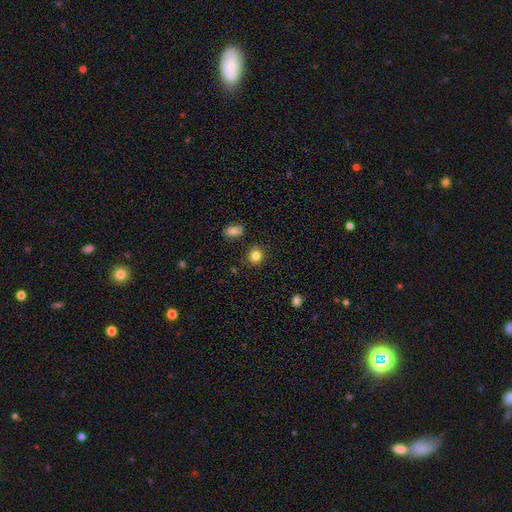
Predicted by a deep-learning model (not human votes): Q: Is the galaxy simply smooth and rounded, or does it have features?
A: smooth — 82%.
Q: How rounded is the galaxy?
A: round — 78%.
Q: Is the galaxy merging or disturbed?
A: none — 85%.